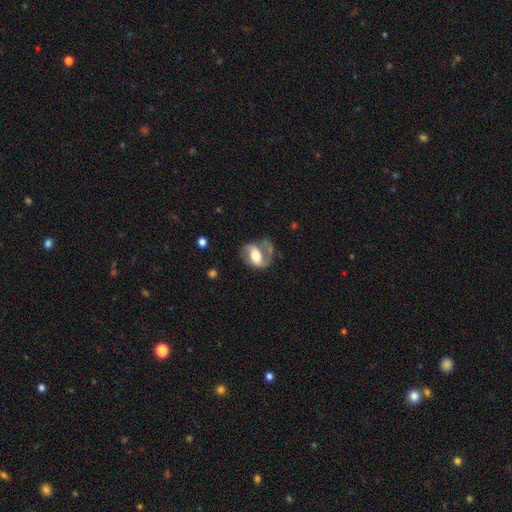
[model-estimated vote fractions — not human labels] Smooth or featured? Predicted: featured or disk (p=0.72). Edge-on disk? Predicted: no (p=0.96). Bar? Predicted: weak (p=0.39). Spiral arms? Predicted: yes (p=0.85). Spiral winding? Predicted: medium (p=0.47). Spiral arm count? Predicted: 2 (p=0.70). Bulge size? Predicted: moderate (p=0.53). Merging? Predicted: none (p=0.48).